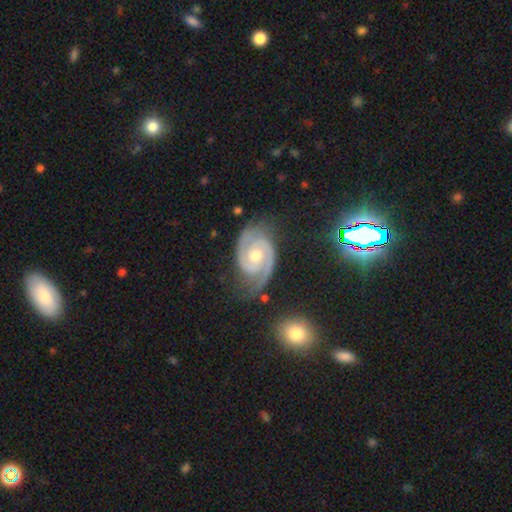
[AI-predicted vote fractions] Smooth or featured? Predicted: featured or disk (p=0.91). Edge-on disk? Predicted: no (p=0.98). Bar? Predicted: no (p=0.63). Spiral arms? Predicted: yes (p=0.98). Spiral winding? Predicted: tight (p=0.57). Spiral arm count? Predicted: 2 (p=0.90). Bulge size? Predicted: moderate (p=0.71). Merging? Predicted: none (p=0.73).